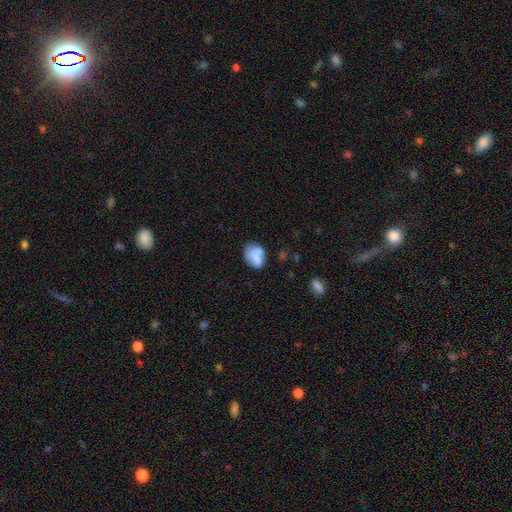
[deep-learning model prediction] smooth 79%, featured or disk 13%, star or artifact 8%. Down the decision tree: how rounded — in between (69%); merging — none (59%).